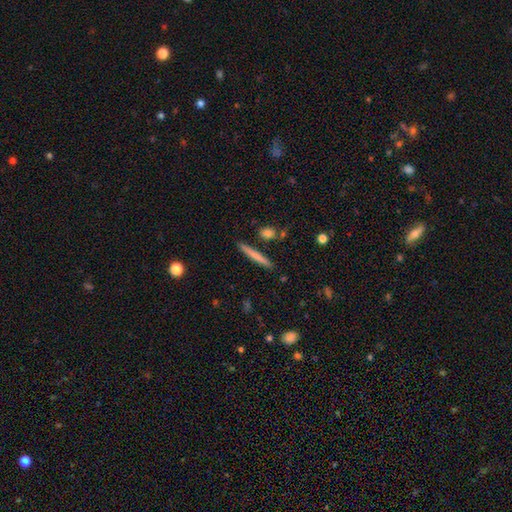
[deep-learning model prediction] This is likely a smooth galaxy (66%). How rounded: clearly cigar-shaped (95%). Merging: clearly none (88%).